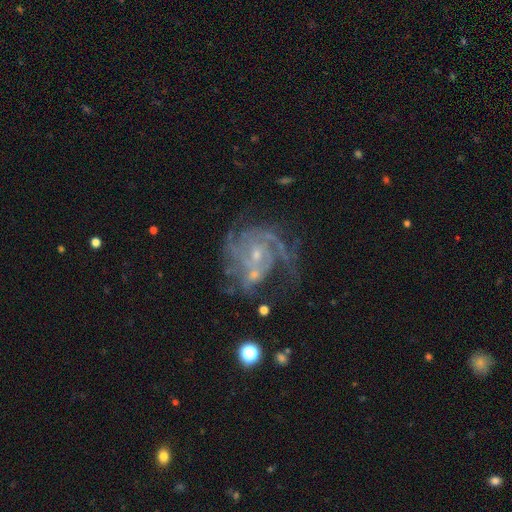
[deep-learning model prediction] The model was most divided on "spiral arm count": can't tell: 28%, 3: 25%, 2: 22%, 4: 12%, 1: 7%, more than 4: 7%. Remaining: edge-on disk — no (98%); spiral arms — yes (94%); smooth or featured — featured or disk (86%); bulge size — small (73%); bar — no (62%); spiral winding — tight (48%); merging — none (46%).